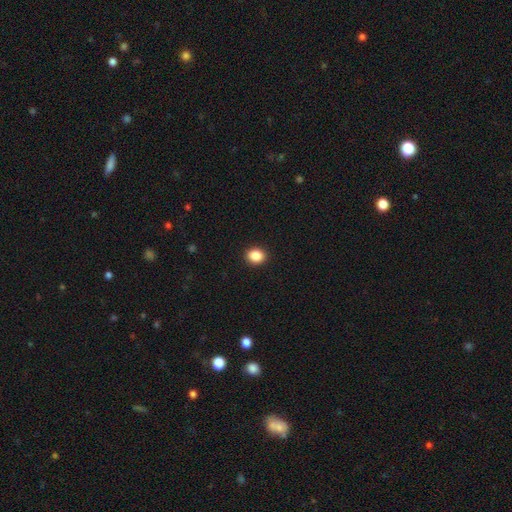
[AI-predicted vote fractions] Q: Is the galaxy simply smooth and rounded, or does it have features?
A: smooth — 87%.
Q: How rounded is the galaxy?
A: round — 63%.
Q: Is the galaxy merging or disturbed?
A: none — 92%.